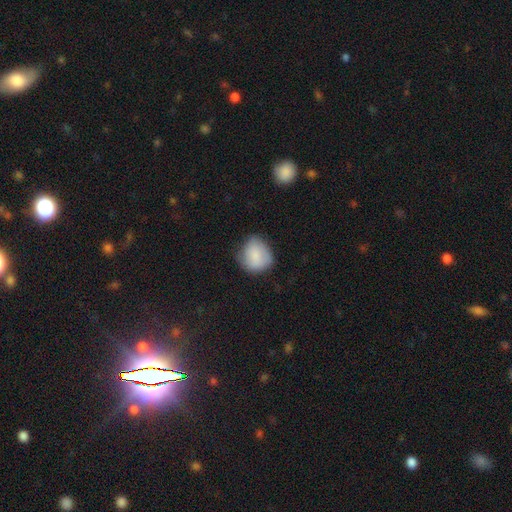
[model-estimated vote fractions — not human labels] smooth 83%, featured or disk 10%, star or artifact 7%. Down the decision tree: how rounded — round (74%); merging — none (57%).